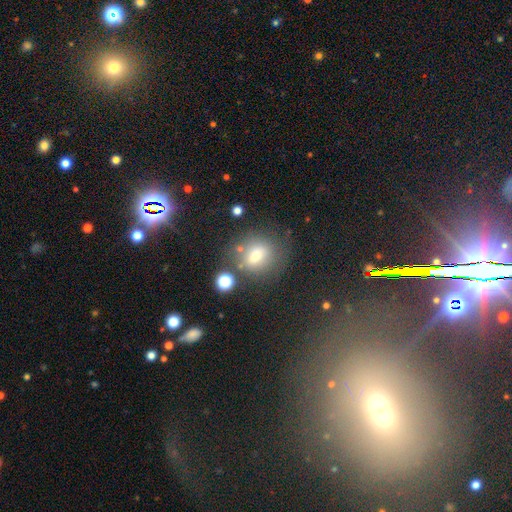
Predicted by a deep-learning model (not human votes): smooth 67%, star or artifact 17%, featured or disk 16%. Down the decision tree: how rounded — round (59%); merging — none (67%).